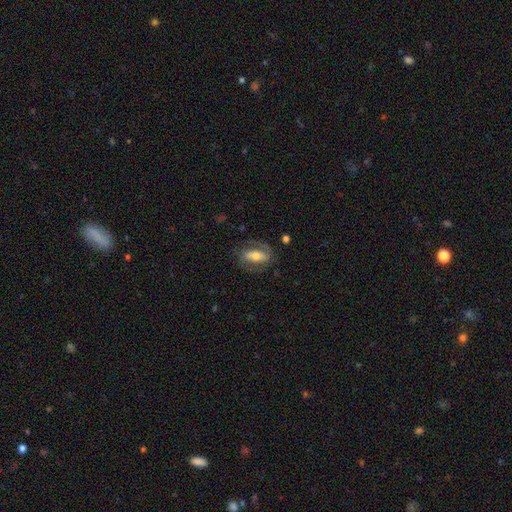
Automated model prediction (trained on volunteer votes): Overall: featured or disk (56%; smooth 37%). Edge-on disk: no (90%). Bar: strong (40%; no 33%). Spiral arms: yes (67%; no 33%). Bulge size: moderate (57%; small 25%). Merging: none (69%).